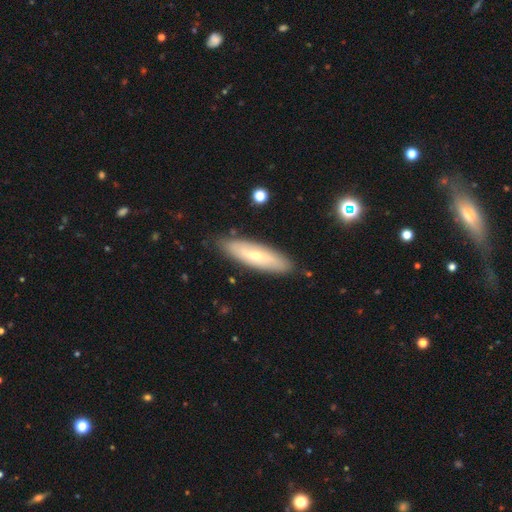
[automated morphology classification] smooth_or_featured: smooth (p=0.49) [alt: featured or disk p=0.45]
merging: none (p=0.85) [alt: minor disturbance p=0.11]